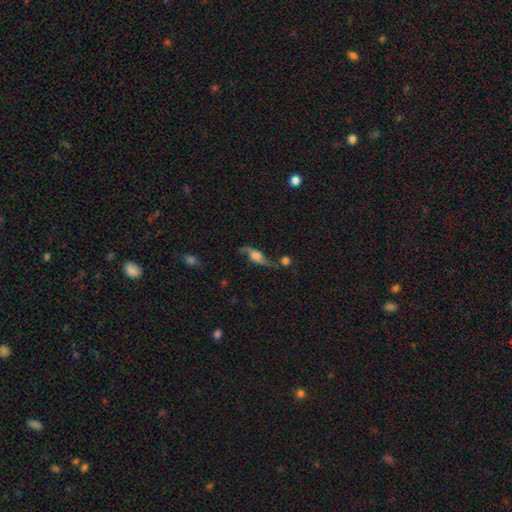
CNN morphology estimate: The model was most divided on "bulge size": large: 36%, moderate: 21%, none: 20%, small: 13%, dominant: 10%. More confident: spiral arms — yes (92%); spiral arm count — 2 (91%); spiral winding — loose (86%); edge-on disk — no (78%); smooth or featured — featured or disk (74%); bar — no (60%); merging — none (56%).